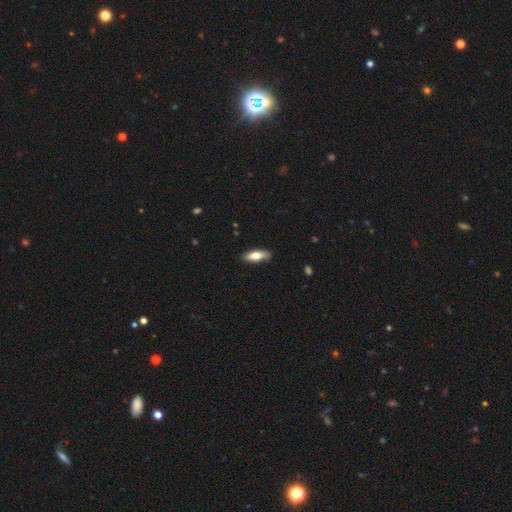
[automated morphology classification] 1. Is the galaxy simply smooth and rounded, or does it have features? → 71% smooth, 23% featured or disk, 6% star or artifact.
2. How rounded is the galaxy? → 57% in between, 41% cigar-shaped, 2% round.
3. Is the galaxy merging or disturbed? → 85% none, 12% minor disturbance, 2% major disturbance, 1% merger.